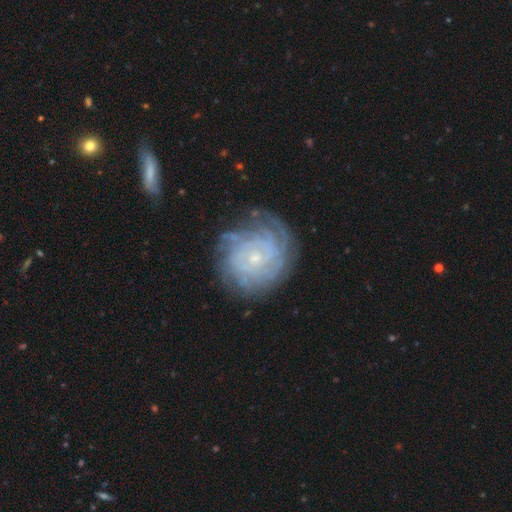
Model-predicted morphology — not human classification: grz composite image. It shows a featured or disk galaxy (80%) with no bar (70%), tight (79%) spiral arms (94%) and a small central bulge (79%). Merging: none (72%).